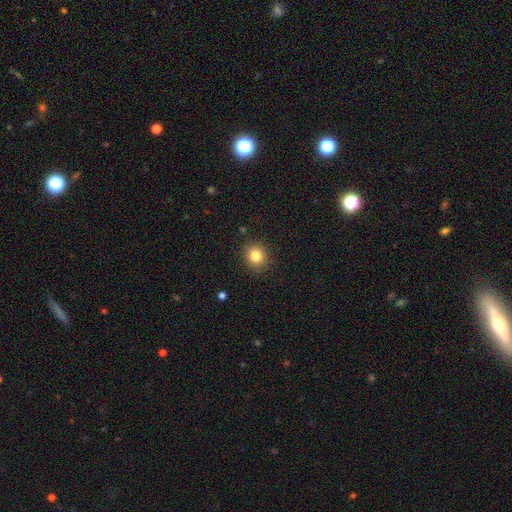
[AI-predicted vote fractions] smooth-or-featured: smooth: 83% | star or artifact: 11% | featured or disk: 6%
  how-rounded: round: 84% | in between: 15% | cigar-shaped: 1%
  merging: none: 89% | minor disturbance: 8% | major disturbance: 2% | merger: 1%